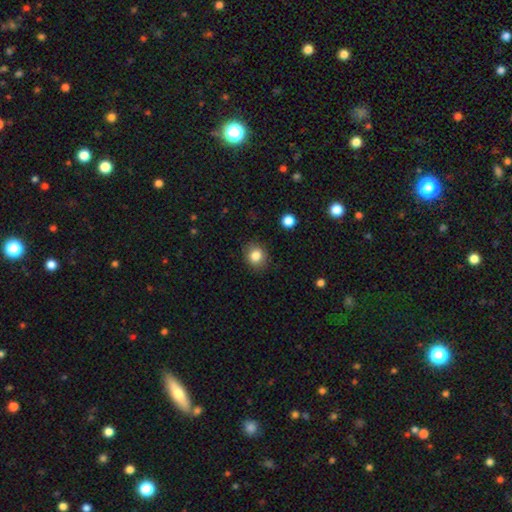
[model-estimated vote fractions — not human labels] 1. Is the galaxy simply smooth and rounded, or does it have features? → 83% smooth, 10% star or artifact, 7% featured or disk.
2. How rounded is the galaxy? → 74% round, 26% in between, 1% cigar-shaped.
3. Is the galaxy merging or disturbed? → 87% none, 10% minor disturbance, 3% major disturbance, 1% merger.